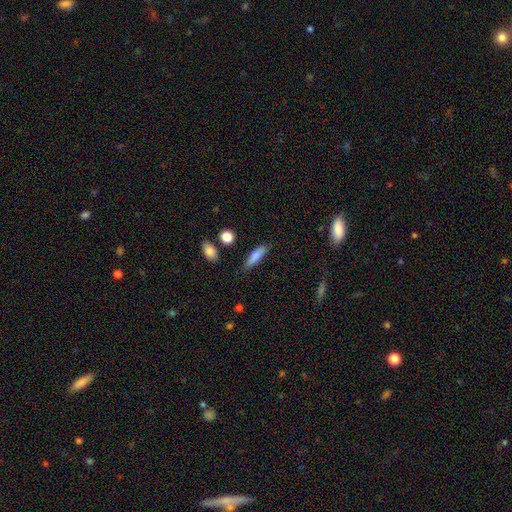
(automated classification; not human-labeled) Smooth or featured: smooth — 78% (featured or disk — 15%)
How rounded: cigar-shaped — 65% (in between — 33%)
Merging: none — 80% (minor disturbance — 14%)